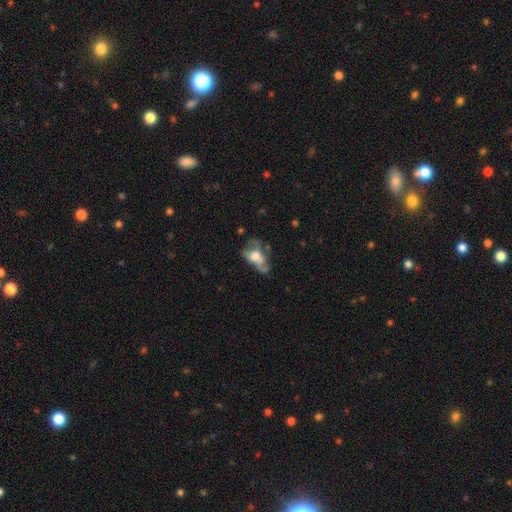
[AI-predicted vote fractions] Smooth or featured? Predicted: featured or disk (p=0.49). Merging? Predicted: major disturbance (p=0.37).